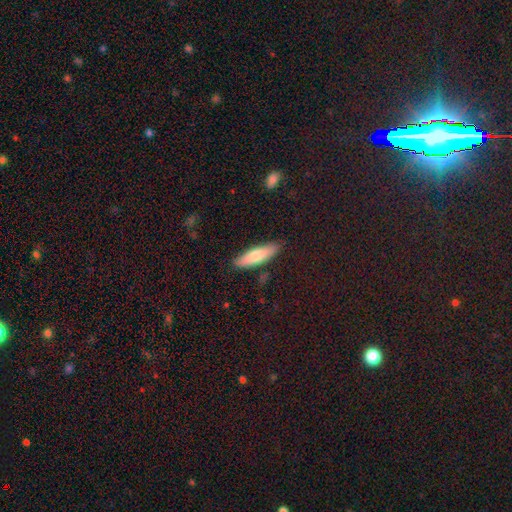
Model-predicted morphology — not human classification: smooth-or-featured: smooth: 77% | featured or disk: 18% | star or artifact: 6%
  how-rounded: cigar-shaped: 61% | in between: 37% | round: 2%
  merging: none: 85% | minor disturbance: 11% | major disturbance: 2% | merger: 2%